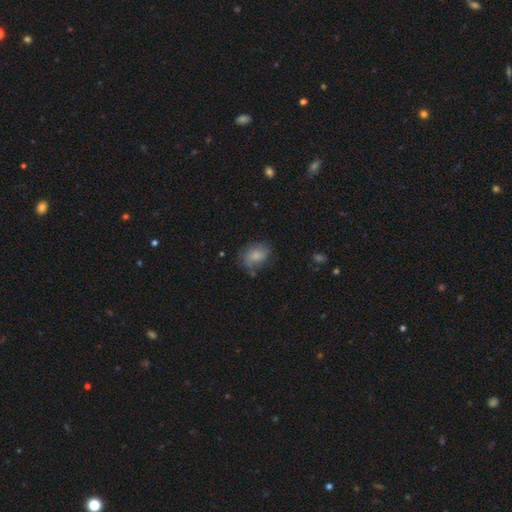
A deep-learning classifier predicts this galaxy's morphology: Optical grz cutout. It shows a smooth galaxy with no disk features (68%) that is in between round and cigar-shaped (69%). Merging: none (56%).